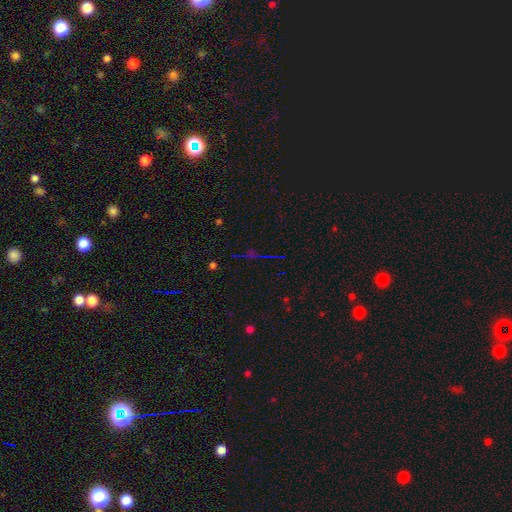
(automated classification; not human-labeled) smooth_or_featured: star or artifact (p=0.75) [alt: smooth p=0.13]